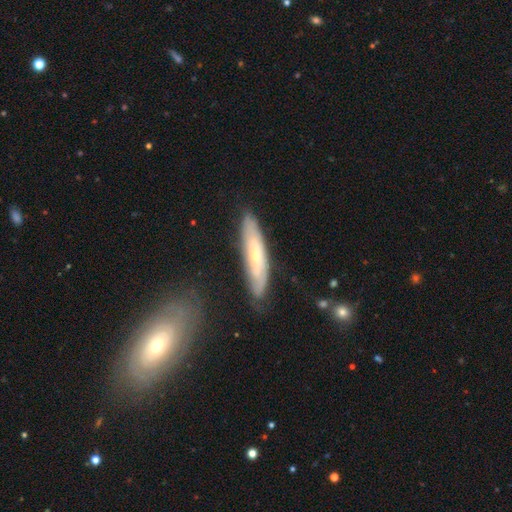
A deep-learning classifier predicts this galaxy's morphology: Q: Smooth or featured?
A: featured or disk (55%); runner-up: smooth (39%)
Q: Edge-on disk?
A: no (52%); runner-up: yes (48%)
Q: Merging?
A: none (79%); runner-up: minor disturbance (15%)